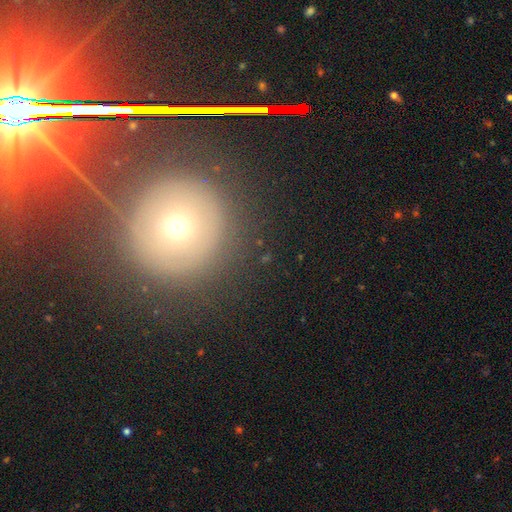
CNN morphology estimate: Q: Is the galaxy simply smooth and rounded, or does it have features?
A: star or artifact — 38%.